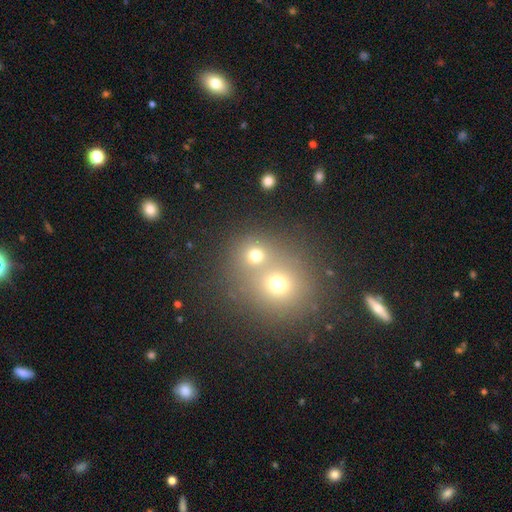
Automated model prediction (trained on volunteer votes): This appears to be a smooth galaxy with no disk features (70%) that is round (82%). Merging: merger (54%).